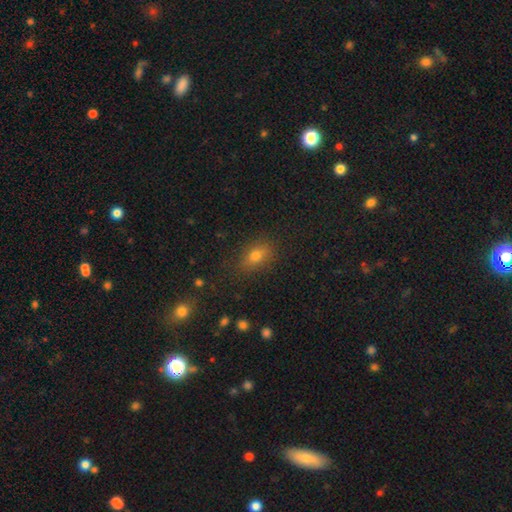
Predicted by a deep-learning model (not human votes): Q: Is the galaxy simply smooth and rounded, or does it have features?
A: smooth — 72%.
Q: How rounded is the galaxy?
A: in between — 74%.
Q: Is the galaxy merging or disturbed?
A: none — 82%.